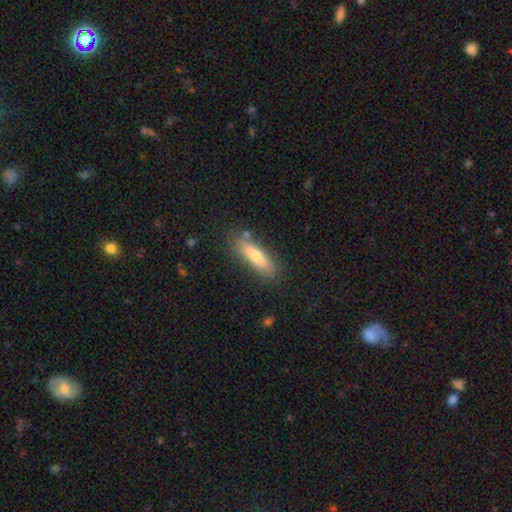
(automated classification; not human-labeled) A smooth galaxy with no disk features (68%) that is cigar-shaped (63%).

Vote fractions:
- Smooth or featured? smooth: 68% / featured or disk: 25% / star or artifact: 7%
- How rounded? cigar-shaped: 63% / in between: 35% / round: 2%
- Merging? none: 83% / minor disturbance: 12% / major disturbance: 3% / merger: 3%